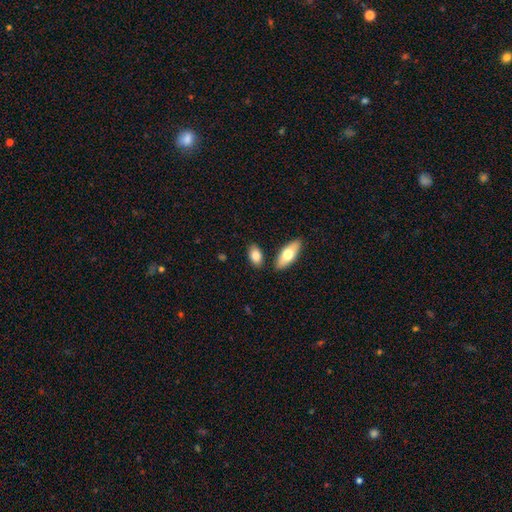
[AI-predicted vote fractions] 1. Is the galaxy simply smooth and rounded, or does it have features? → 80% smooth, 14% featured or disk, 6% star or artifact.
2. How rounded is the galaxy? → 89% in between, 6% cigar-shaped, 5% round.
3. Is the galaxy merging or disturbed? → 77% none, 11% minor disturbance, 9% merger, 3% major disturbance.